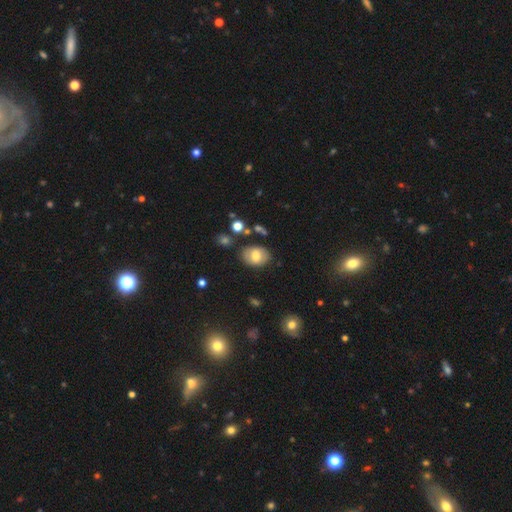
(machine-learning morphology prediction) Q: Smooth or featured?
A: smooth (69%); runner-up: featured or disk (22%)
Q: How rounded?
A: in between (71%); runner-up: round (27%)
Q: Merging?
A: none (76%); runner-up: minor disturbance (16%)